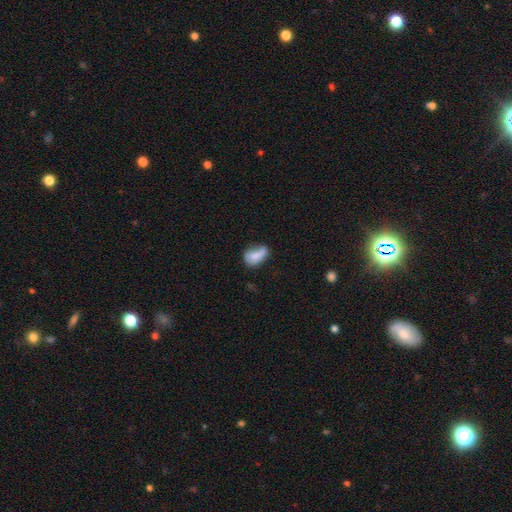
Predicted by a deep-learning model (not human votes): A smooth galaxy with no disk features (73%) that is in between round and cigar-shaped (86%).

Vote fractions:
- Smooth or featured? smooth: 73% / featured or disk: 18% / star or artifact: 9%
- How rounded? in between: 86% / round: 10% / cigar-shaped: 4%
- Merging? none: 39% / minor disturbance: 33% / major disturbance: 17% / merger: 10%